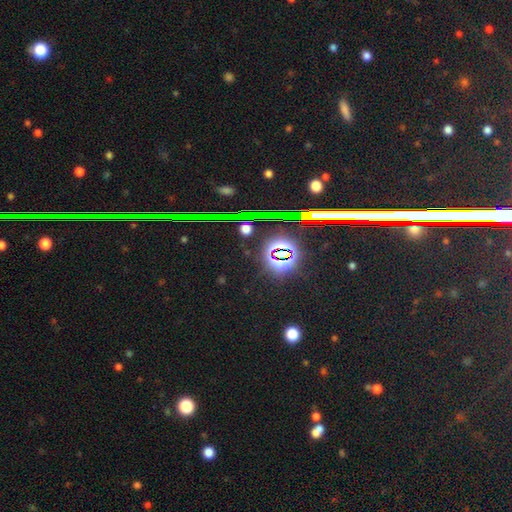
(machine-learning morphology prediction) smooth-or-featured: star or artifact: 83% | smooth: 9% | featured or disk: 9%